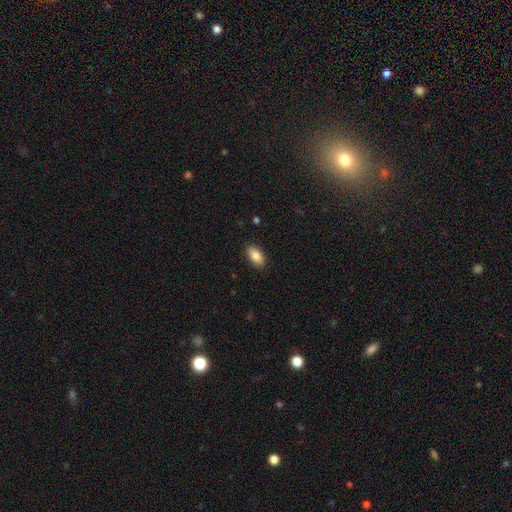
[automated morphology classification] Overall: smooth (84%). How rounded: in between (92%). Merging: none (89%).